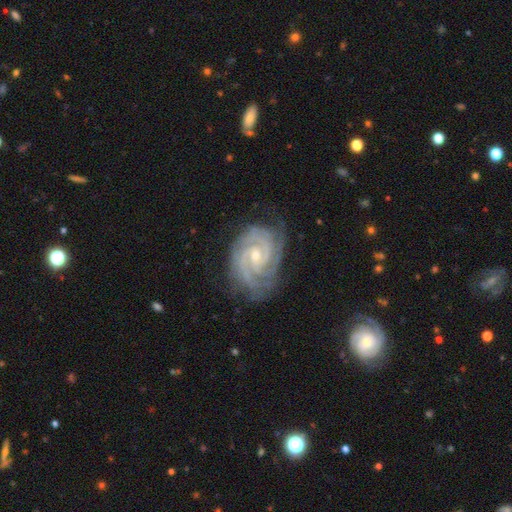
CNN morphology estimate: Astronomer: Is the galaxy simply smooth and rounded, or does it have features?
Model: featured or disk — 93%.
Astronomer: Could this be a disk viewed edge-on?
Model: no — 98%.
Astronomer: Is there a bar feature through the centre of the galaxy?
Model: no — 49% (runner-up: weak, 40%).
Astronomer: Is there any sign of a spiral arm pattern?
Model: yes — 99%.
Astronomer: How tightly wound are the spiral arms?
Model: tight — 75%.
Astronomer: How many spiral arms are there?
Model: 2 — 46% (runner-up: 3, 27%).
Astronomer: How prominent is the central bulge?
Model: small — 62%.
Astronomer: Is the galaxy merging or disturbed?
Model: none — 77%.